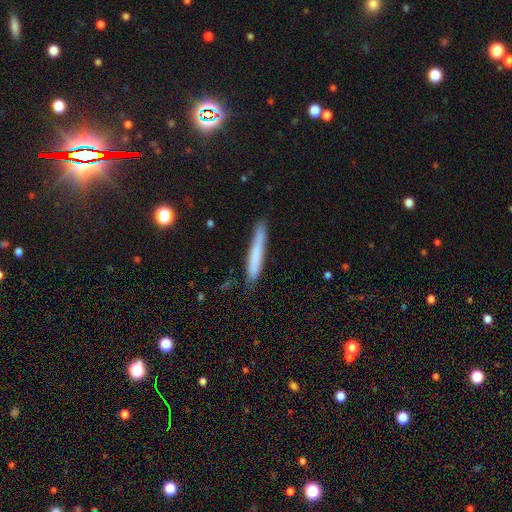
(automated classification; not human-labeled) The model was most divided on "smooth or featured": smooth: 72%, featured or disk: 22%, star or artifact: 6%. More confident: how rounded — cigar-shaped (96%); merging — none (84%).